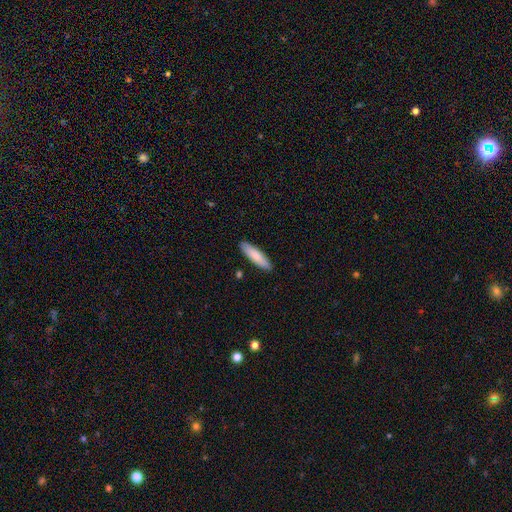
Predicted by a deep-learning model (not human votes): Smooth or featured?
  - smooth: 83% *
  - featured or disk: 12%
  - star or artifact: 5%
How rounded?
  - cigar-shaped: 70% *
  - in between: 29%
  - round: 1%
Merging?
  - none: 90% *
  - minor disturbance: 7%
  - major disturbance: 2%
  - merger: 1%